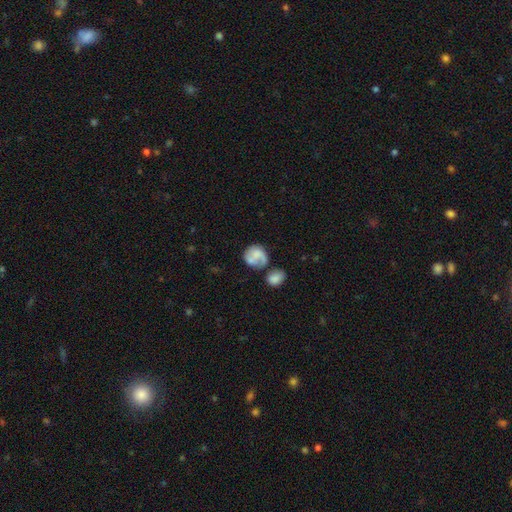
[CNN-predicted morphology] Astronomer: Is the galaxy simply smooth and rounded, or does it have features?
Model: smooth — 54% (runner-up: featured or disk, 38%).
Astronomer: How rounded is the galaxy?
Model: round — 66%.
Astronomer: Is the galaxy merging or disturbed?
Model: none — 36% (runner-up: merger, 26%).